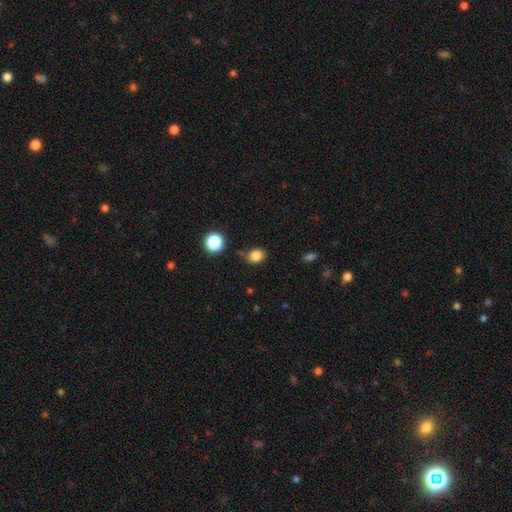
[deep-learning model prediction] Morphology: type=smooth (83%); roundness=round (53%); merging=none (75%).